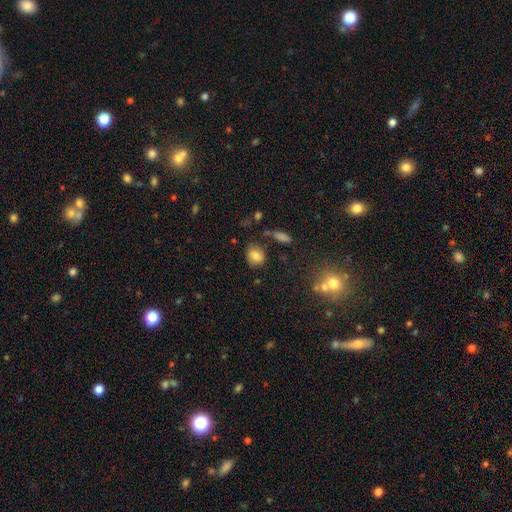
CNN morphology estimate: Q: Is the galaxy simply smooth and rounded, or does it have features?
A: smooth — 81%.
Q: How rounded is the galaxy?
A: round — 65%.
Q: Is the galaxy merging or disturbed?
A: none — 77%.